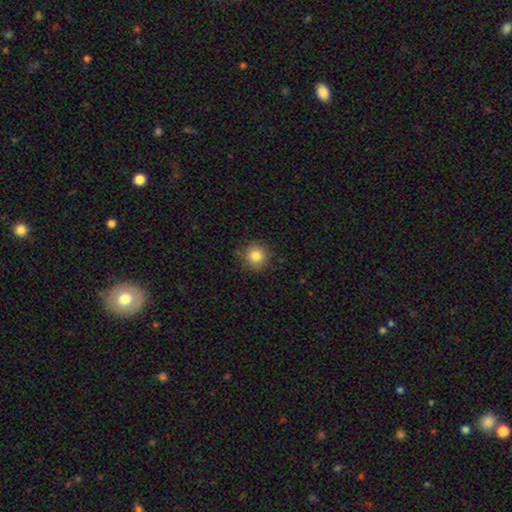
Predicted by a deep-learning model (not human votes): Smooth or featured? Predicted: smooth (p=0.83). How rounded? Predicted: round (p=0.93). Merging? Predicted: none (p=0.86).